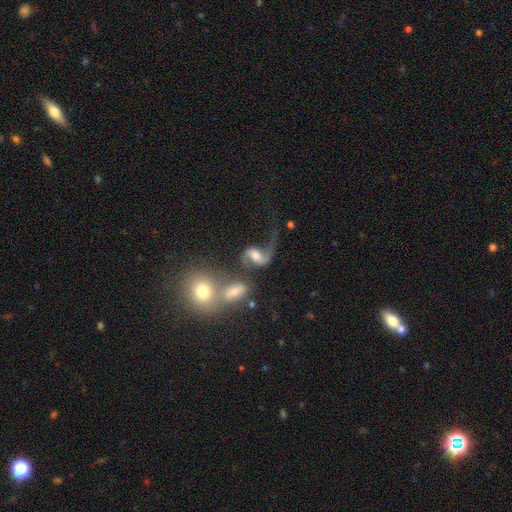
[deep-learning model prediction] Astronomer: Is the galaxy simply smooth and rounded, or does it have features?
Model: featured or disk — 78%.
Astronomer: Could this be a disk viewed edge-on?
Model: no — 97%.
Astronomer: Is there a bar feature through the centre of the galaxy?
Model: weak — 44% (runner-up: no, 32%).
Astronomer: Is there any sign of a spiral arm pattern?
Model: yes — 94%.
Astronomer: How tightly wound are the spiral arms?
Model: loose — 75%.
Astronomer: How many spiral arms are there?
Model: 2 — 80%.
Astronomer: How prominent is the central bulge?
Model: moderate — 57%.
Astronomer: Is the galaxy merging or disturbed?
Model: none — 40% (runner-up: merger, 24%).